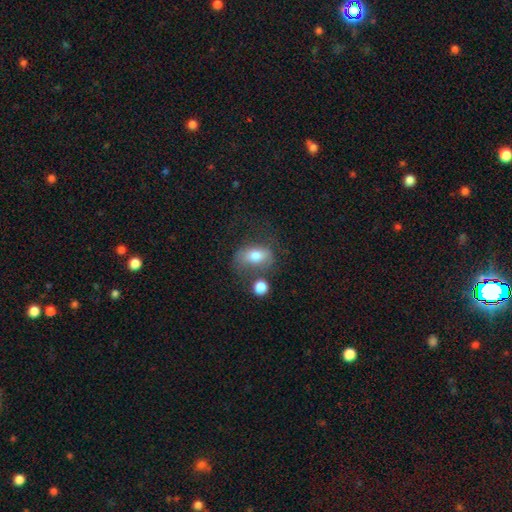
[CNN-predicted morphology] Smooth or featured: smooth — 67% (featured or disk — 24%)
How rounded: in between — 80% (round — 17%)
Merging: none — 40% (minor disturbance — 24%)